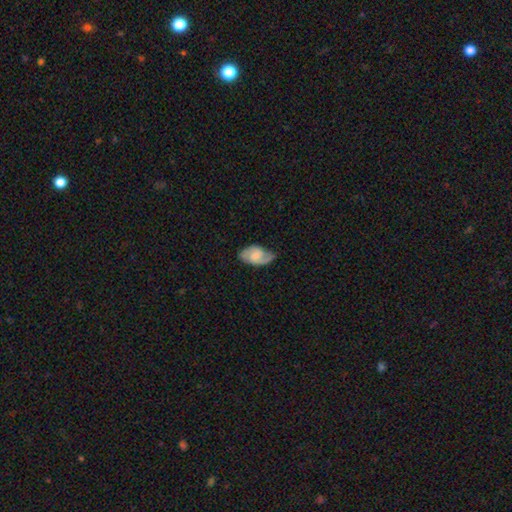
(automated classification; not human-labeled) Overall: featured or disk (61%; smooth 32%). Edge-on disk: no (96%). Bar: no (48%; weak 43%). Spiral arms: yes (90%). Spiral arm count: 2 (72%). Spiral winding: medium (46%; loose 29%). Bulge size: small (35%; moderate 33%). Merging: none (61%; minor disturbance 27%).